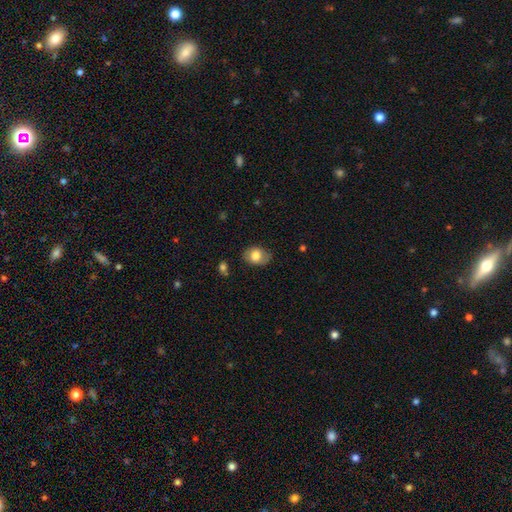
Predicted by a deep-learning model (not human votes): Overall: smooth (71%). How rounded: in between (67%; round 32%). Merging: none (76%).